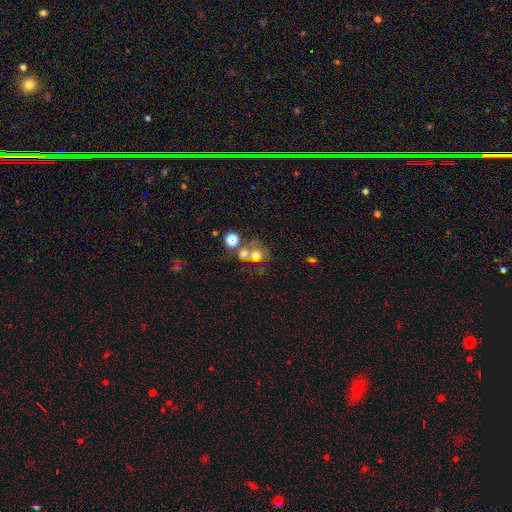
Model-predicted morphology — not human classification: Smooth or featured?
  - smooth: 63% *
  - featured or disk: 19%
  - star or artifact: 18%
How rounded?
  - round: 67% *
  - in between: 32%
  - cigar-shaped: 1%
Merging?
  - merger: 48% *
  - none: 34%
  - minor disturbance: 10%
  - major disturbance: 8%